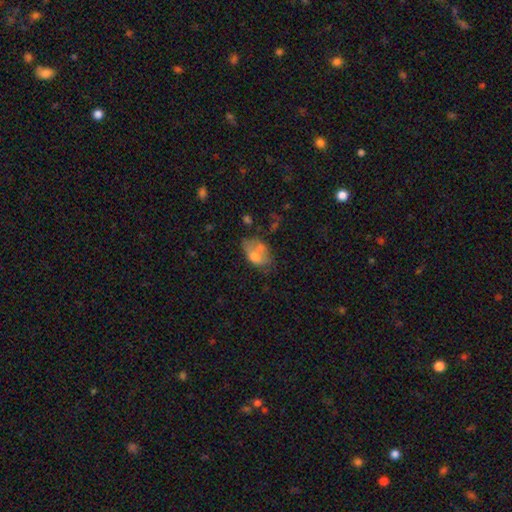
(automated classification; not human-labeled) Q: Smooth or featured?
A: smooth (62%); runner-up: featured or disk (29%)
Q: How rounded?
A: in between (84%); runner-up: round (15%)
Q: Merging?
A: none (30%); runner-up: merger (26%)